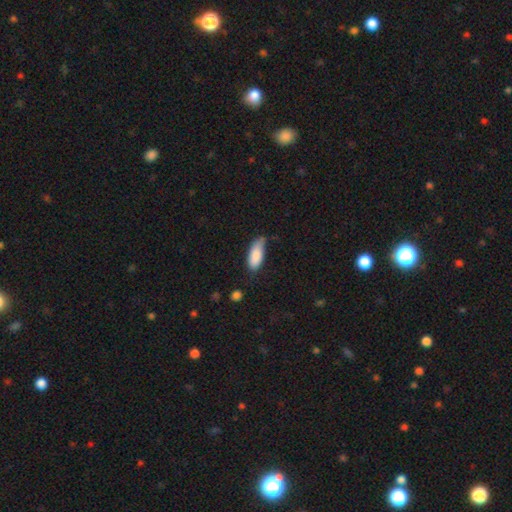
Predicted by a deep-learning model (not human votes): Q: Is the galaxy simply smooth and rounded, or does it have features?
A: smooth — 87%.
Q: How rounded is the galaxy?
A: in between — 83%.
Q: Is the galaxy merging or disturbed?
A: none — 48%.